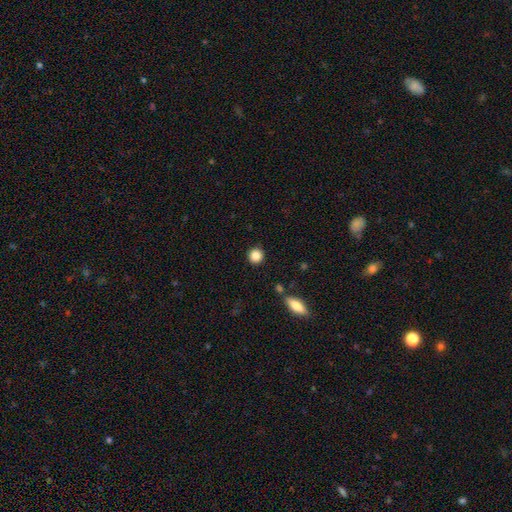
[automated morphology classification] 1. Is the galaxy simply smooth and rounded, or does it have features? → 86% smooth, 10% star or artifact, 5% featured or disk.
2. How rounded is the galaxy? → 92% round, 6% in between, 1% cigar-shaped.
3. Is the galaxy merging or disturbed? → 90% none, 6% minor disturbance, 2% merger, 2% major disturbance.